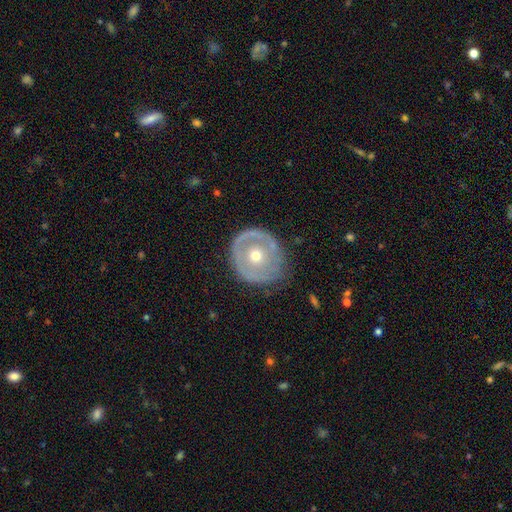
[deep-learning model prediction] A featured or disk galaxy (65%) with no bar (86%), no spiral arms (65%) and a moderate central bulge (62%). Merging: none (72%).